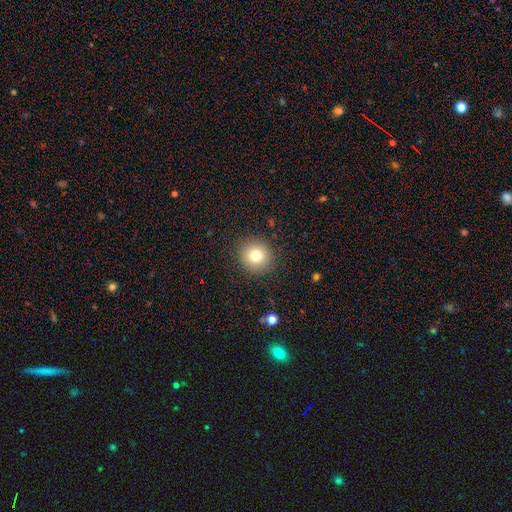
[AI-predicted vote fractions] This is likely a smooth galaxy (78%). How rounded: clearly round (90%). Merging: clearly none (90%).